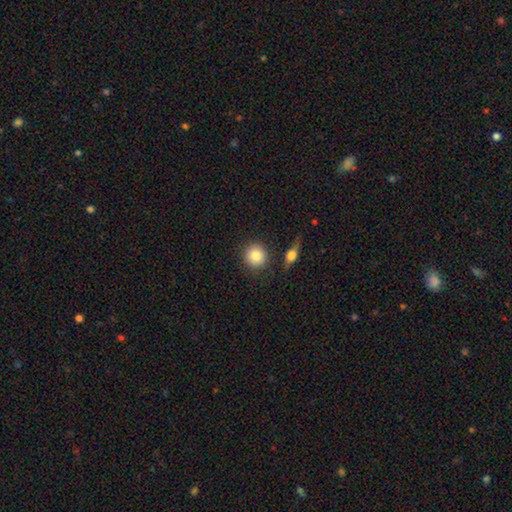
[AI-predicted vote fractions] Overall: smooth (85%). How rounded: round (92%). Merging: none (84%).